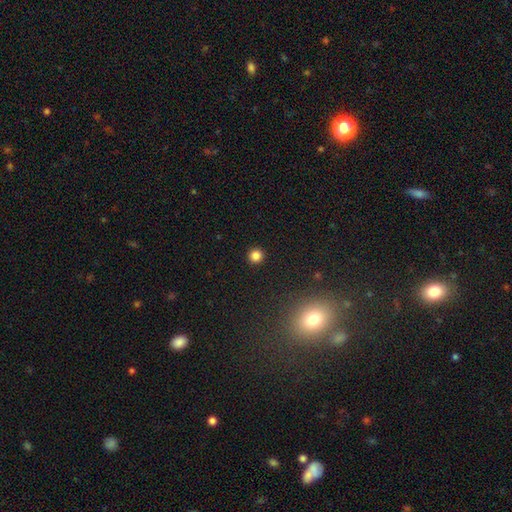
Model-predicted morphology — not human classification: Smooth or featured?
  - smooth: 84% *
  - star or artifact: 13%
  - featured or disk: 4%
How rounded?
  - round: 95% *
  - in between: 4%
  - cigar-shaped: 1%
Merging?
  - none: 93% *
  - minor disturbance: 4%
  - major disturbance: 2%
  - merger: 1%